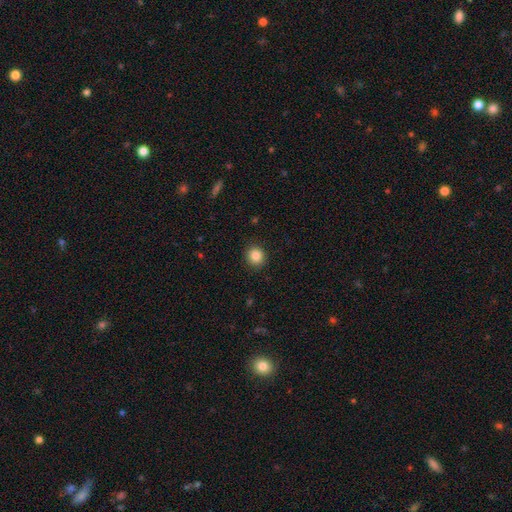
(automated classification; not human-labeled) Q: Smooth or featured?
A: smooth (85%); runner-up: star or artifact (10%)
Q: How rounded?
A: round (89%); runner-up: in between (10%)
Q: Merging?
A: none (91%); runner-up: minor disturbance (6%)